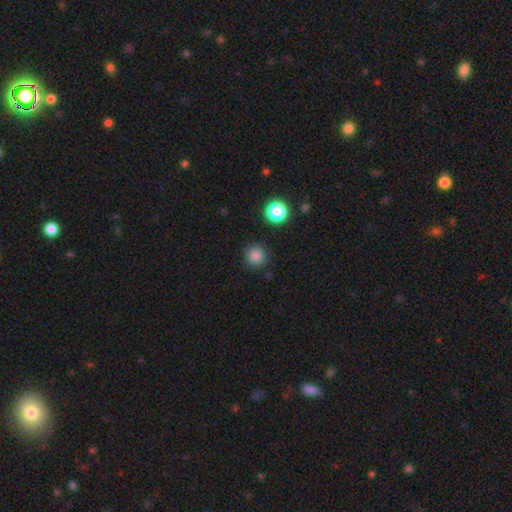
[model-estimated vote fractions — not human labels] smooth-or-featured: smooth: 83% | star or artifact: 13% | featured or disk: 4%
  how-rounded: round: 94% | in between: 5% | cigar-shaped: 1%
  merging: none: 87% | minor disturbance: 8% | major disturbance: 3% | merger: 2%